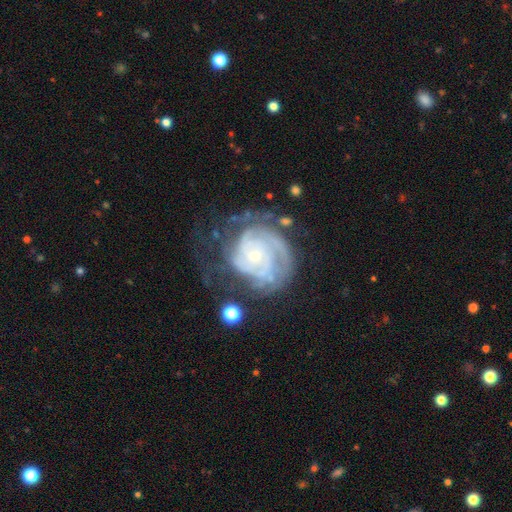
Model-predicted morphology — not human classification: Smooth or featured? featured or disk (86%)
Edge-on disk? no (98%)
Bar? no (75%)
Spiral arms? yes (94%)
Spiral winding? tight (72%)
Spiral arm count? can't tell (36%)
Bulge size? small (73%)
Merging? none (49%)